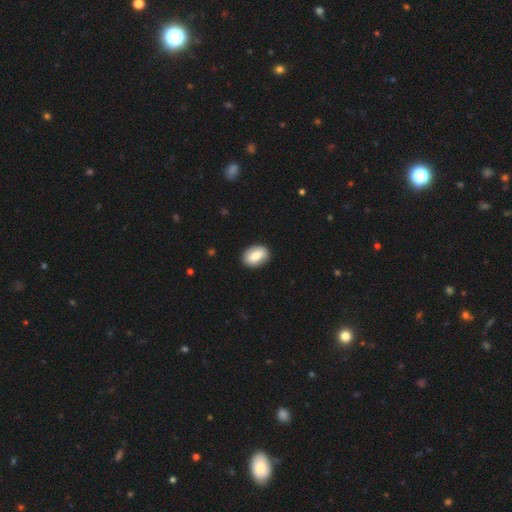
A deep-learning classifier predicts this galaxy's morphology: Smooth or featured? smooth (75%)
How rounded? in between (83%)
Merging? none (87%)